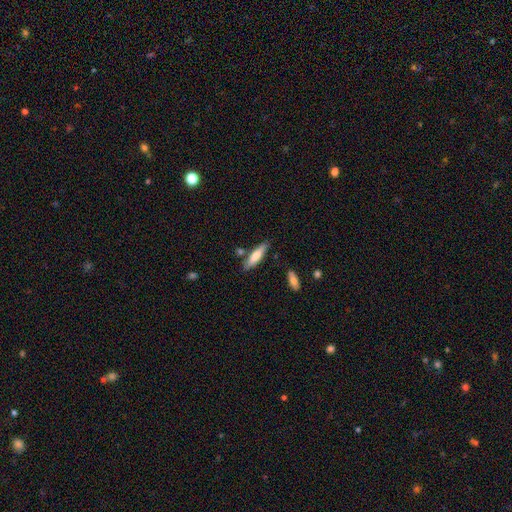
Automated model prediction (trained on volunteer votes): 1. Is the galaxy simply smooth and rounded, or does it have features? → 70% smooth, 24% featured or disk, 6% star or artifact.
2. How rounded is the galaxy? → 67% cigar-shaped, 31% in between, 1% round.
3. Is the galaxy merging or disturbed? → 78% none, 13% minor disturbance, 6% merger, 3% major disturbance.